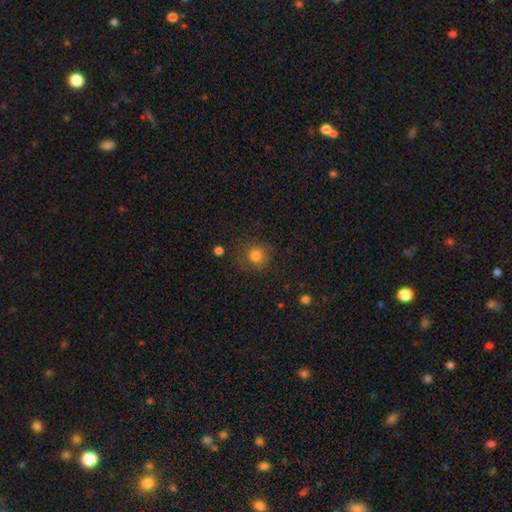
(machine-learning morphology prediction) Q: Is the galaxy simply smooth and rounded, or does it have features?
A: smooth — 79%.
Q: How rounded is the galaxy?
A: round — 88%.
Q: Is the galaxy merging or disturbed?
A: none — 78%.